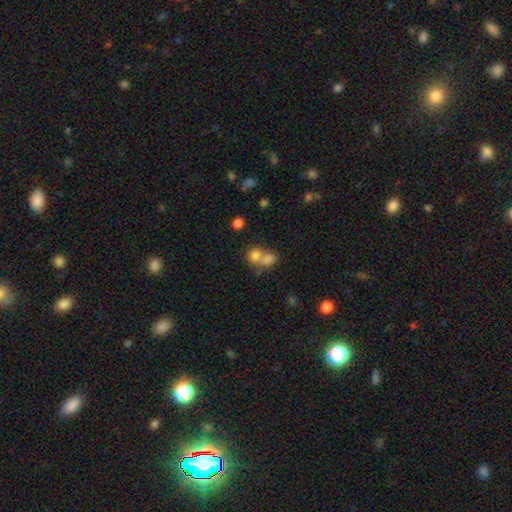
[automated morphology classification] Smooth or featured: smooth — 75% (featured or disk — 13%)
How rounded: round — 60% (in between — 39%)
Merging: merger — 63% (none — 27%)